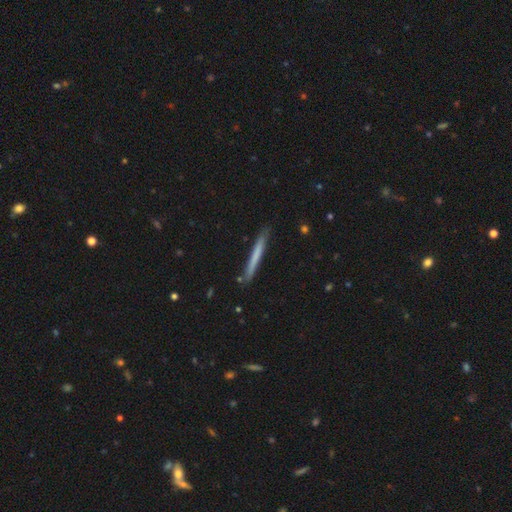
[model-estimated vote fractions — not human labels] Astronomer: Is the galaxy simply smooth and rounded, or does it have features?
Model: smooth — 63%.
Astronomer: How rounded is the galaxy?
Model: cigar-shaped — 97%.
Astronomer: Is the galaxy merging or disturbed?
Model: none — 86%.